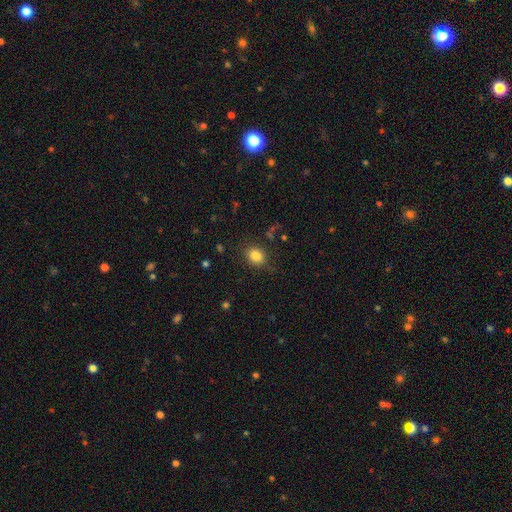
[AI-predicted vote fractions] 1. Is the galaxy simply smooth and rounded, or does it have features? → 83% smooth, 11% star or artifact, 6% featured or disk.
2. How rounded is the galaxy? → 56% round, 43% in between, 1% cigar-shaped.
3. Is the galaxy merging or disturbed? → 81% none, 13% minor disturbance, 4% major disturbance, 2% merger.